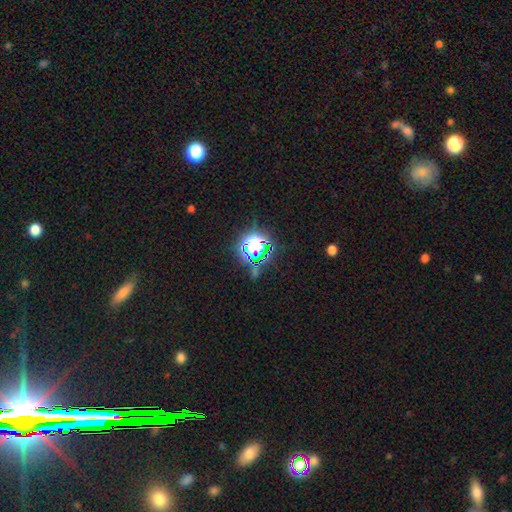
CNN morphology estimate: This is likely a star or artifact rather than a galaxy (75%).